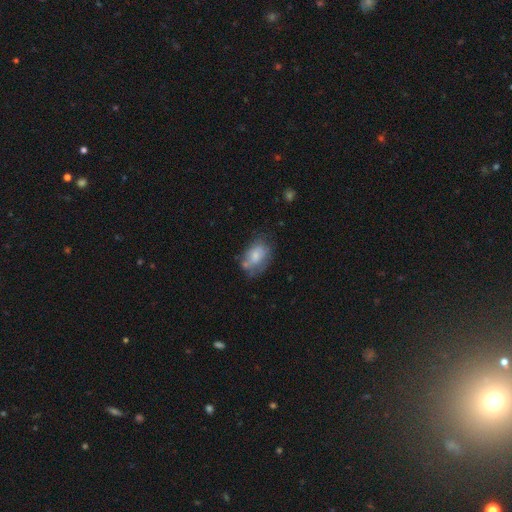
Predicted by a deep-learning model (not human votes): A smooth galaxy with no disk features (61%) that is in between round and cigar-shaped (84%).

Vote fractions:
- Smooth or featured? smooth: 61% / featured or disk: 31% / star or artifact: 9%
- How rounded? in between: 84% / round: 15% / cigar-shaped: 2%
- Merging? none: 45% / minor disturbance: 30% / major disturbance: 16% / merger: 9%